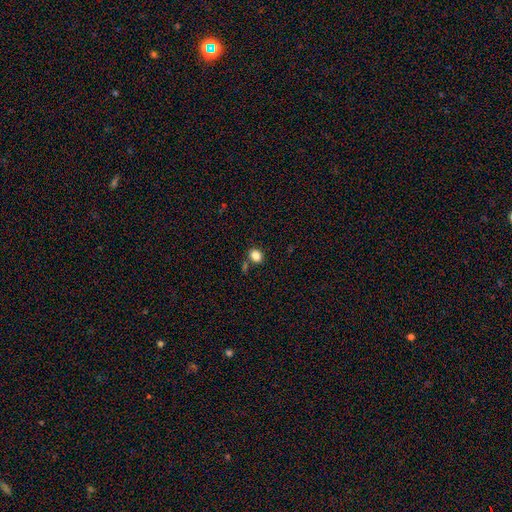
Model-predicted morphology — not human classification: smooth-or-featured: smooth: 84% | star or artifact: 11% | featured or disk: 5%
  how-rounded: round: 53% | in between: 46% | cigar-shaped: 1%
  merging: none: 77% | minor disturbance: 11% | merger: 9% | major disturbance: 3%